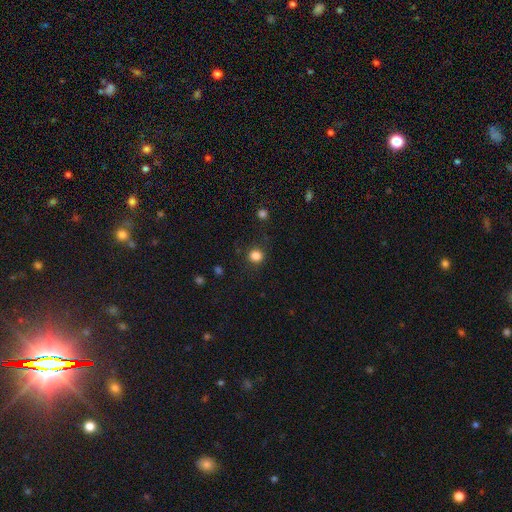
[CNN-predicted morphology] Q: Smooth or featured?
A: smooth (84%); runner-up: star or artifact (13%)
Q: How rounded?
A: round (88%); runner-up: in between (12%)
Q: Merging?
A: none (86%); runner-up: minor disturbance (9%)